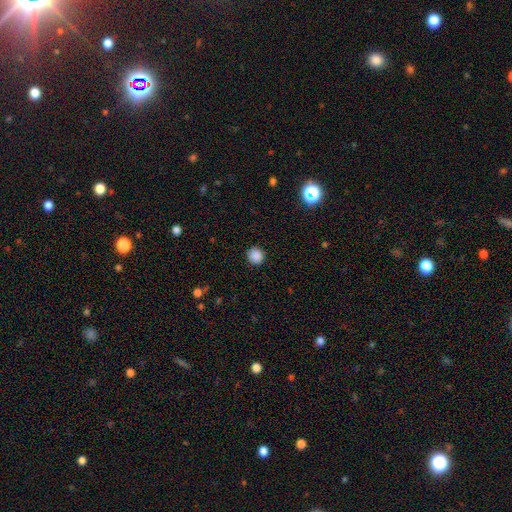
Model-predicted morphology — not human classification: A smooth galaxy with no disk features (87%) that is round (90%).

Vote fractions:
- Smooth or featured? smooth: 87% / star or artifact: 10% / featured or disk: 3%
- How rounded? round: 90% / in between: 9% / cigar-shaped: 1%
- Merging? none: 90% / minor disturbance: 7% / major disturbance: 2% / merger: 1%